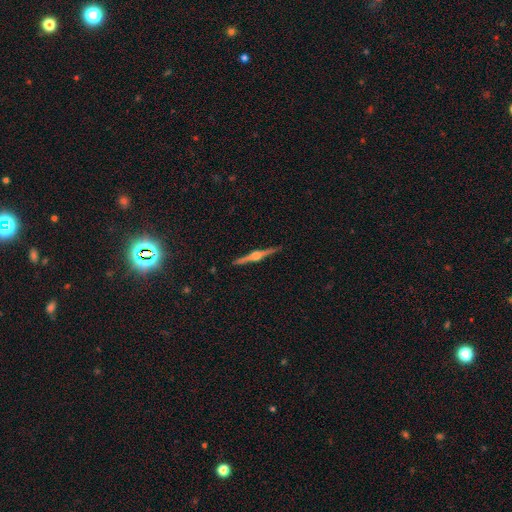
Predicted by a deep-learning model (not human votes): featured or disk 86%, smooth 9%, star or artifact 5%. Down the decision tree: edge-on disk — yes (99%); edge-on bulge — rounded (93%); merging — none (92%).